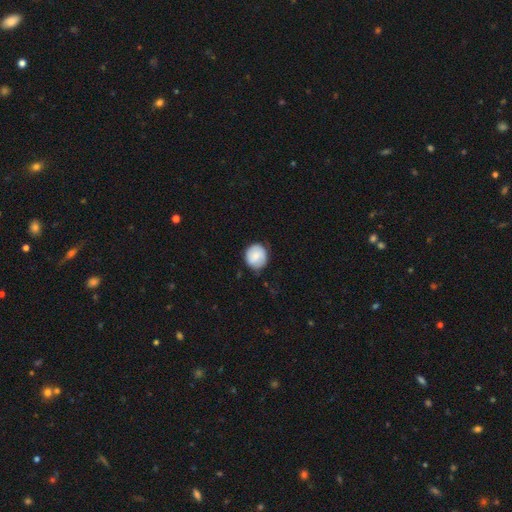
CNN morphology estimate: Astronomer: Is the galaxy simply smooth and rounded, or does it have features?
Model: smooth — 78%.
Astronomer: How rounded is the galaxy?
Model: round — 82%.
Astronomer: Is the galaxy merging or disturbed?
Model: none — 75%.